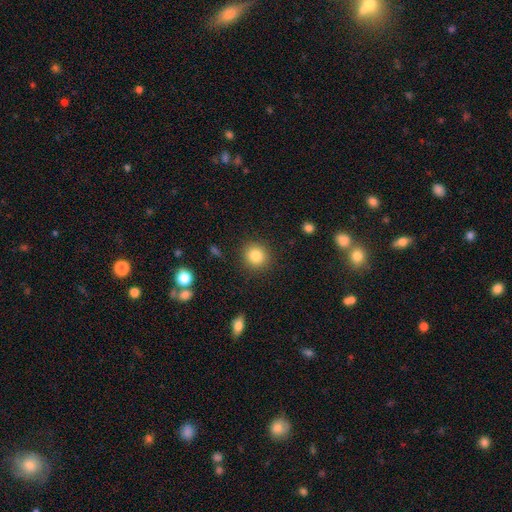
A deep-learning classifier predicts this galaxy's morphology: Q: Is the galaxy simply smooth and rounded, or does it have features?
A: smooth — 84%.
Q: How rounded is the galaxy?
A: round — 89%.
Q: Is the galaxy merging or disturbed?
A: none — 90%.